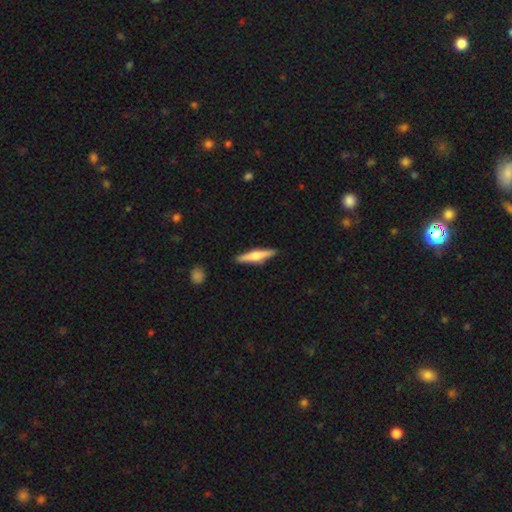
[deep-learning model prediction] Smooth or featured? Predicted: featured or disk (p=0.54). Edge-on disk? Predicted: yes (p=0.97). Edge-on bulge? Predicted: rounded (p=0.84). Merging? Predicted: none (p=0.90).